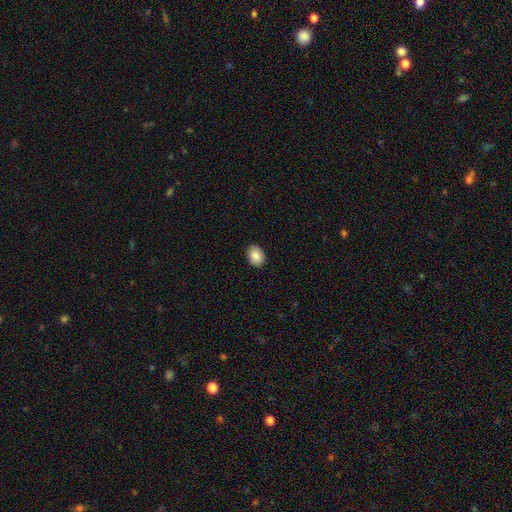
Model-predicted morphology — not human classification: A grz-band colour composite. It shows a smooth galaxy with no disk features (87%) that is in between round and cigar-shaped (66%). Merging: none (90%).